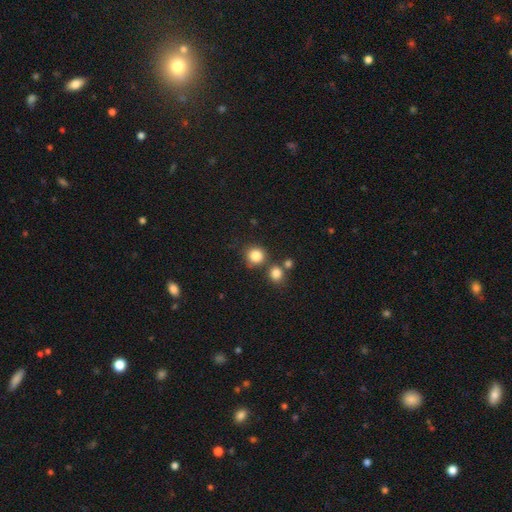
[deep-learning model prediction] Smooth or featured? smooth (83%)
How rounded? round (90%)
Merging? none (73%)